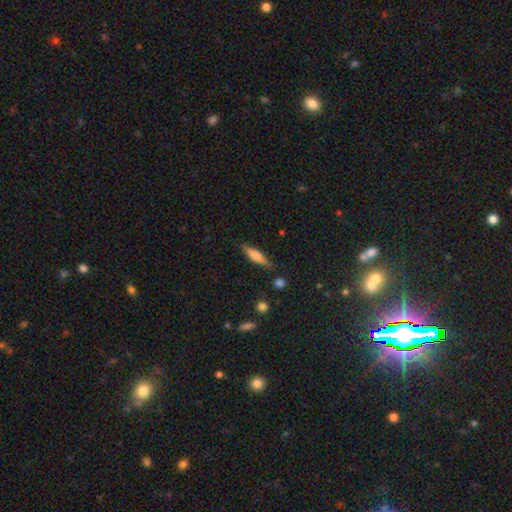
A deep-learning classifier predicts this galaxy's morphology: smooth_or_featured: smooth (p=0.59) [alt: featured or disk p=0.34]
how_rounded: cigar-shaped (p=0.65) [alt: in between p=0.32]
merging: none (p=0.81) [alt: minor disturbance p=0.14]